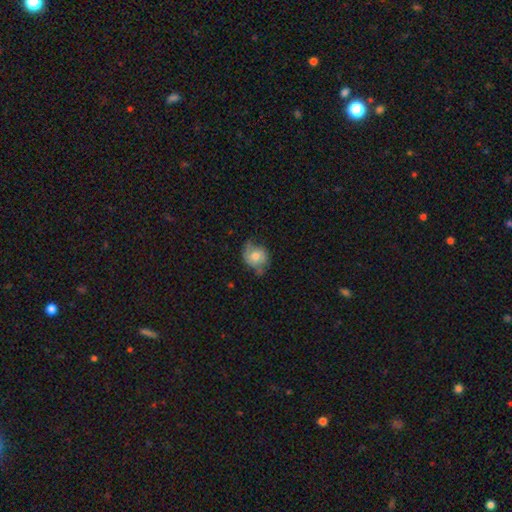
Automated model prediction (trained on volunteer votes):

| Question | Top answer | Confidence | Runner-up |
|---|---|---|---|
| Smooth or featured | smooth | 53% | featured or disk (39%) |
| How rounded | round | 66% | in between (33%) |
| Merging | none | 50% | minor disturbance (33%) |